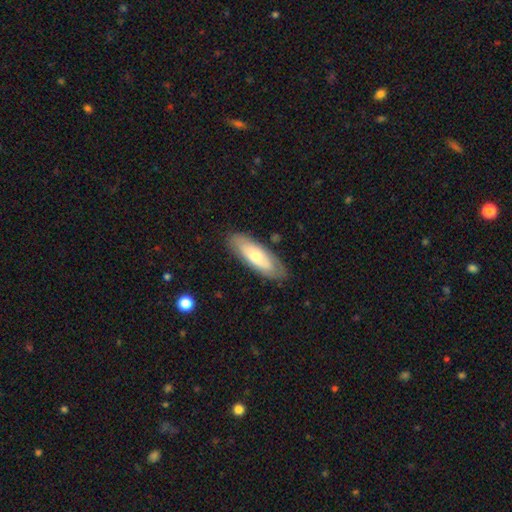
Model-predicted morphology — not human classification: A smooth galaxy with no disk features (55%) that is in between round and cigar-shaped (63%).

Vote fractions:
- Smooth or featured? smooth: 55% / featured or disk: 39% / star or artifact: 6%
- How rounded? in between: 63% / cigar-shaped: 35% / round: 2%
- Merging? none: 82% / minor disturbance: 13% / major disturbance: 3% / merger: 1%